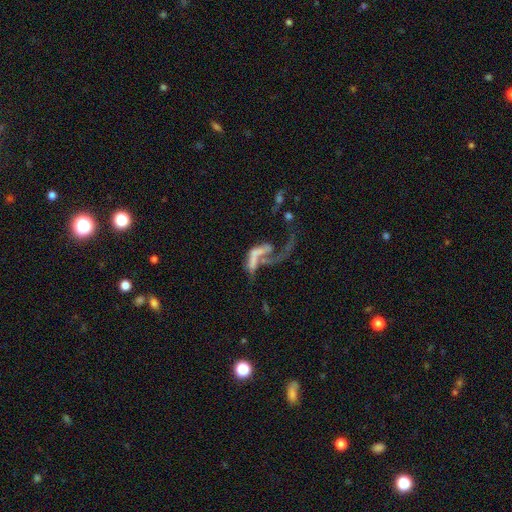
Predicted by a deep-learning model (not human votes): smooth-or-featured: featured or disk: 64% | smooth: 23% | star or artifact: 13%
  disk-edge-on: no: 95% | yes: 5%
    bar: no: 69% | weak: 18% | strong: 13%
    has-spiral-arms: no: 54% | yes: 46%
    bulge-size: none: 68% | small: 15% | moderate: 10% | large: 4% | dominant: 2%
  merging: major disturbance: 45% | merger: 33% | none: 14% | minor disturbance: 8%